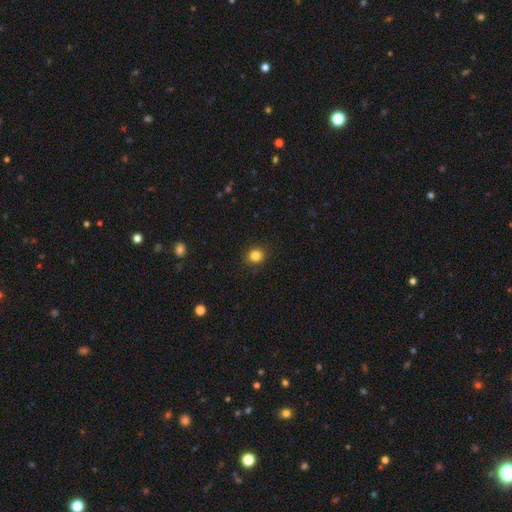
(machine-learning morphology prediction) smooth-or-featured: smooth: 85% | star or artifact: 11% | featured or disk: 4%
  how-rounded: round: 82% | in between: 17% | cigar-shaped: 1%
  merging: none: 91% | minor disturbance: 6% | major disturbance: 2% | merger: 1%